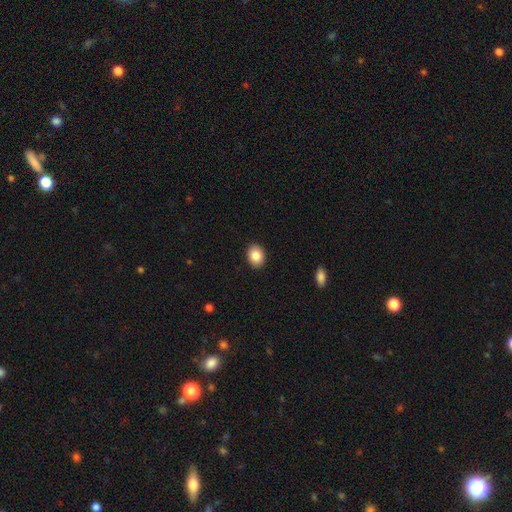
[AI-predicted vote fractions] This is clearly a smooth galaxy (86%). How rounded: likely in between (68%). Merging: clearly none (91%).